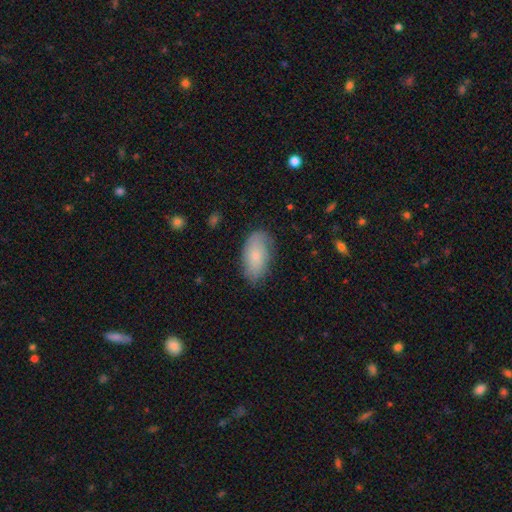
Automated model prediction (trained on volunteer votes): Smooth or featured: smooth — 68% (featured or disk — 25%)
How rounded: in between — 93% (round — 4%)
Merging: none — 75% (minor disturbance — 20%)